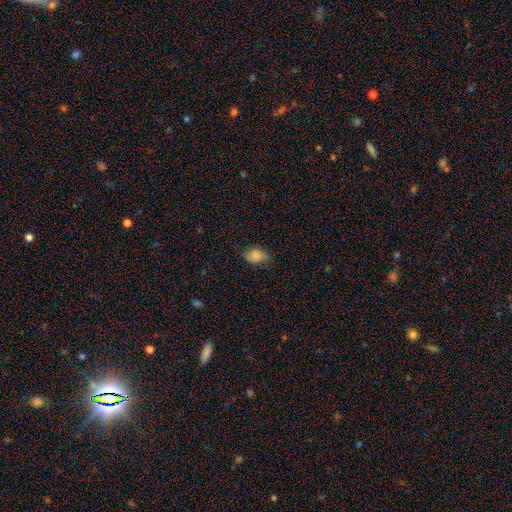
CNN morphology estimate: A smooth galaxy with no disk features (80%) that is in between round and cigar-shaped (78%). Merging: none (65%).